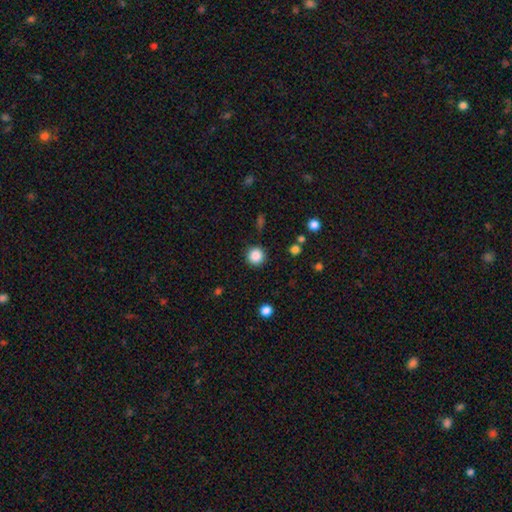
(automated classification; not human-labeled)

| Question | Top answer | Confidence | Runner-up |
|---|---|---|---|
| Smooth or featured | smooth | 87% | star or artifact (10%) |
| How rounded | round | 95% | in between (4%) |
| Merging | none | 90% | minor disturbance (6%) |